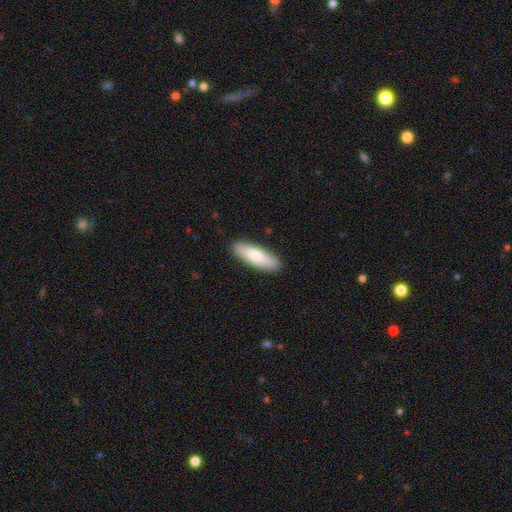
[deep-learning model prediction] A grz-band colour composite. It shows a smooth galaxy with no disk features (80%) that is cigar-shaped (49%, tied with in between). Merging: none (90%).